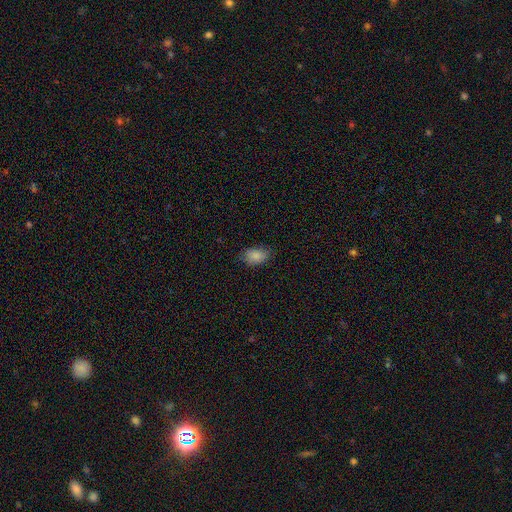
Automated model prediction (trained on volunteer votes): The model was most divided on "merging": none: 75%, minor disturbance: 19%, major disturbance: 4%, merger: 1%. More confident: smooth or featured — smooth (87%); how rounded — in between (85%).